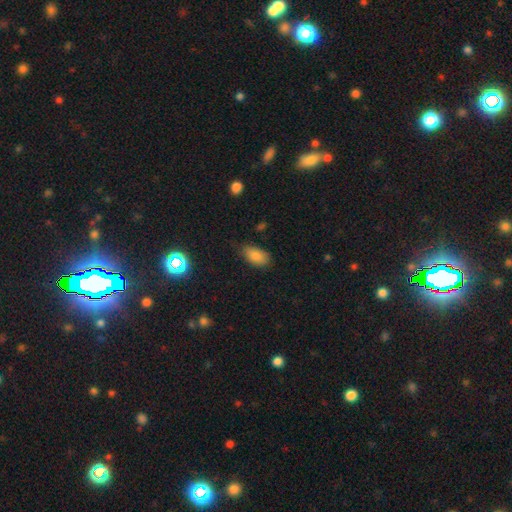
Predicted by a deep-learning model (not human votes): Morphology: type=smooth (84%); roundness=in between (92%); merging=none (75%).